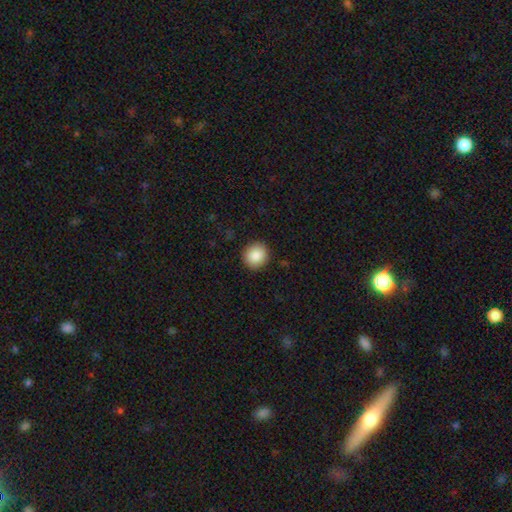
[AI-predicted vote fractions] Smooth or featured?
  - smooth: 88% *
  - star or artifact: 8%
  - featured or disk: 4%
How rounded?
  - round: 87% *
  - in between: 12%
  - cigar-shaped: 1%
Merging?
  - none: 91% *
  - minor disturbance: 6%
  - major disturbance: 2%
  - merger: 1%